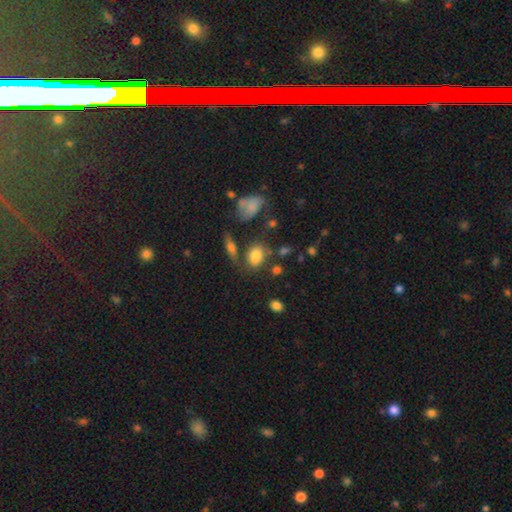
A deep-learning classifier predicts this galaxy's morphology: Q: Smooth or featured?
A: smooth (78%); runner-up: featured or disk (11%)
Q: How rounded?
A: in between (68%); runner-up: round (30%)
Q: Merging?
A: none (64%); runner-up: minor disturbance (18%)